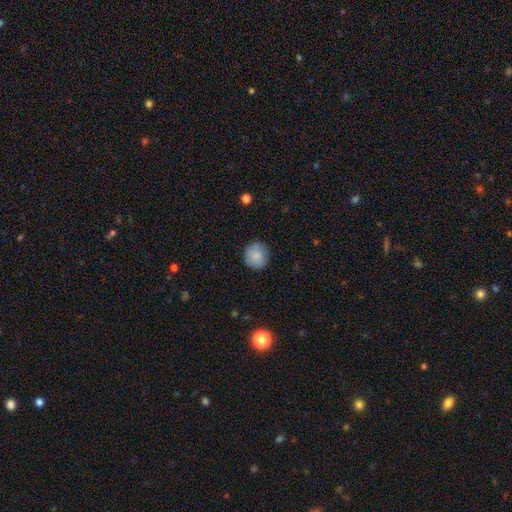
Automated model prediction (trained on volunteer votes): A smooth galaxy with no disk features (85%) that is round (89%). Merging: none (84%).